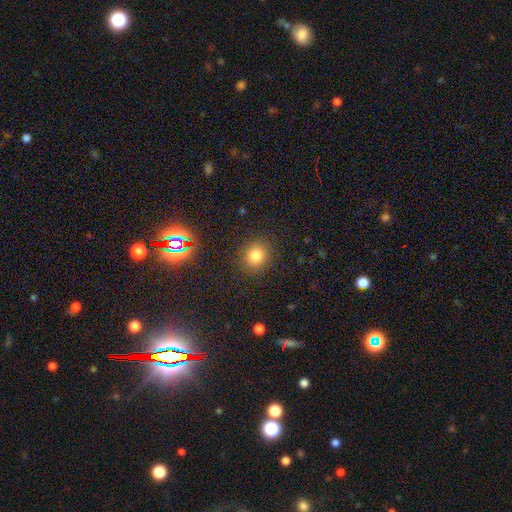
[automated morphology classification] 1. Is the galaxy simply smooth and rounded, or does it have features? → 79% smooth, 14% star or artifact, 6% featured or disk.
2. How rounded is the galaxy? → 79% round, 20% in between, 1% cigar-shaped.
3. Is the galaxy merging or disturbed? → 88% none, 8% minor disturbance, 3% major disturbance, 1% merger.